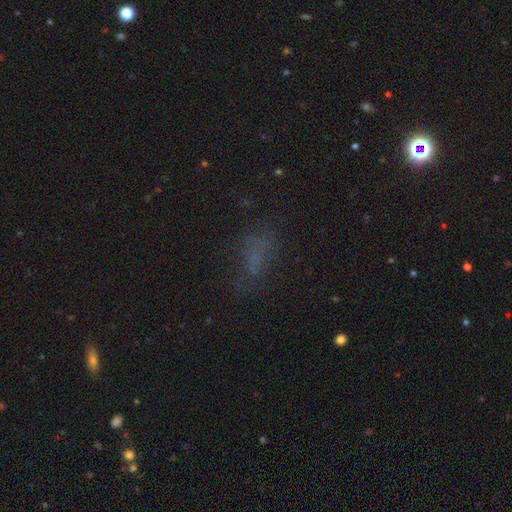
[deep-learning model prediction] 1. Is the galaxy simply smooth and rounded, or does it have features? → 52% smooth, 31% star or artifact, 18% featured or disk.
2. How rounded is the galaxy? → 73% in between, 18% cigar-shaped, 9% round.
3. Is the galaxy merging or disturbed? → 60% none, 20% minor disturbance, 18% major disturbance, 3% merger.